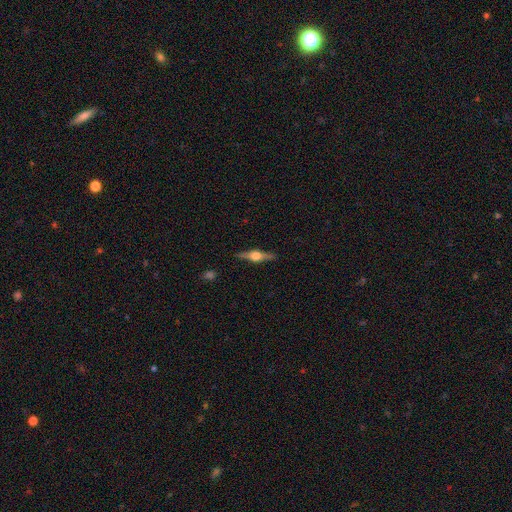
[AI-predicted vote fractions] smooth_or_featured: featured or disk (p=0.75) [alt: smooth p=0.18]
disk_edge_on: yes (p=0.97) [alt: no p=0.03]
edge_on_bulge: rounded (p=0.94) [alt: boxy p=0.05]
merging: none (p=0.89) [alt: minor disturbance p=0.08]